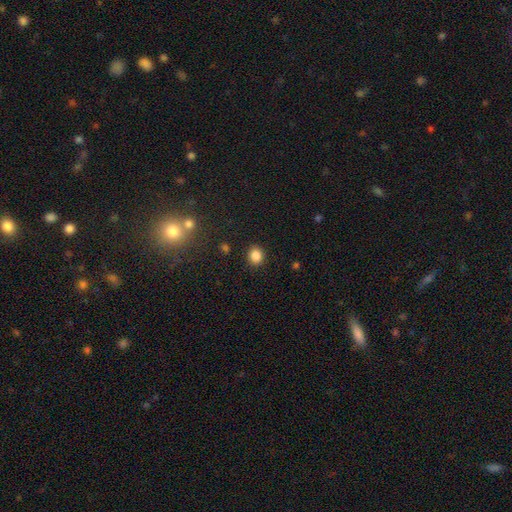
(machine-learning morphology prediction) The model was most divided on "how rounded": round: 71%, in between: 28%, cigar-shaped: 1%. More confident: merging — none (89%); smooth or featured — smooth (85%).